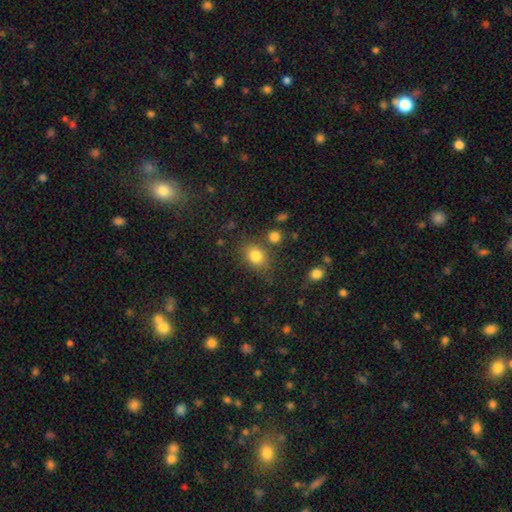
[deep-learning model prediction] Smooth or featured? smooth (82%)
How rounded? round (51%)
Merging? none (71%)